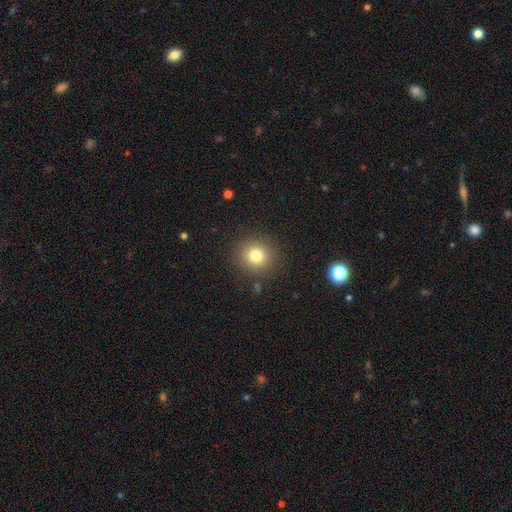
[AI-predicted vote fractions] smooth_or_featured: smooth (p=0.79) [alt: star or artifact p=0.13]
how_rounded: round (p=0.90) [alt: in between p=0.09]
merging: none (p=0.88) [alt: minor disturbance p=0.07]